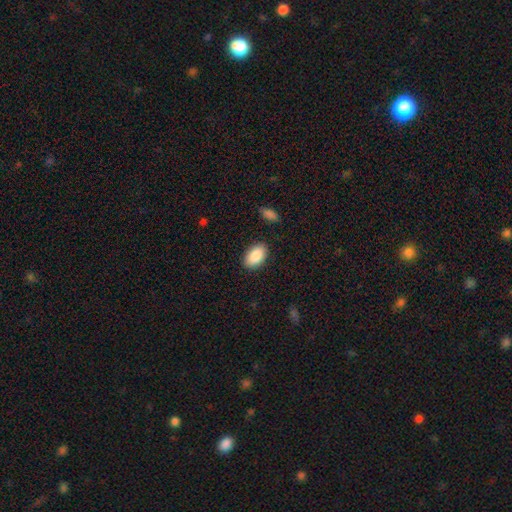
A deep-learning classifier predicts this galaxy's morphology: The model was most divided on "merging": none: 87%, minor disturbance: 9%, major disturbance: 2%, merger: 1%. More confident: how rounded — in between (93%); smooth or featured — smooth (89%).